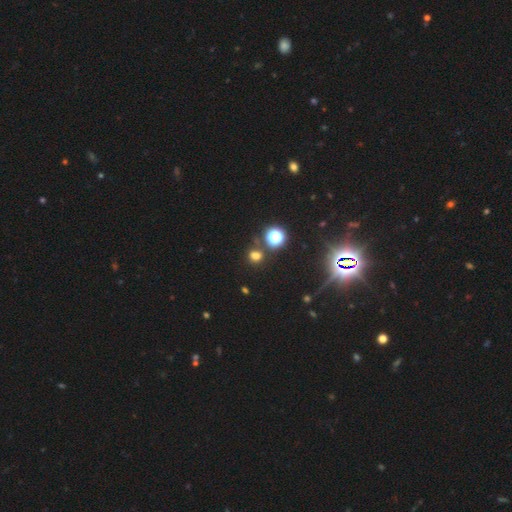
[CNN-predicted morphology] type=smooth (62%); roundness=round (74%); merging=none (73%).